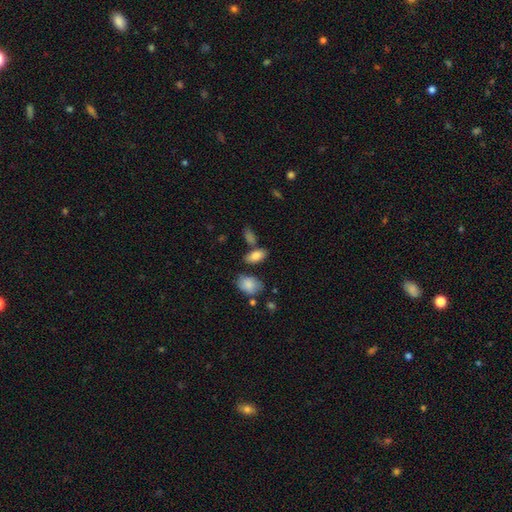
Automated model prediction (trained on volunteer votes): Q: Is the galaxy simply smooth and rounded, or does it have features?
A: smooth — 83%.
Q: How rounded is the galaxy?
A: in between — 90%.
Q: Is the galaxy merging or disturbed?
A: none — 67%.